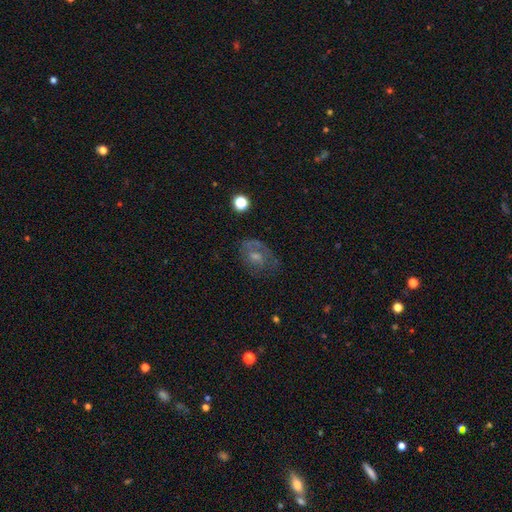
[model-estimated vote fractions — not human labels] This is possibly a featured or disk galaxy (52%). It is clearly not viewed edge-on (96%). Merging: possibly none (51%).